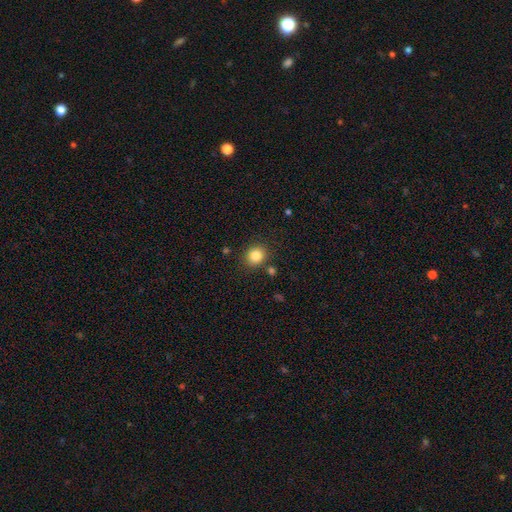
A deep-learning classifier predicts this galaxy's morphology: This appears to be a smooth galaxy with no disk features (83%) that is round (78%). Merging: none (85%).